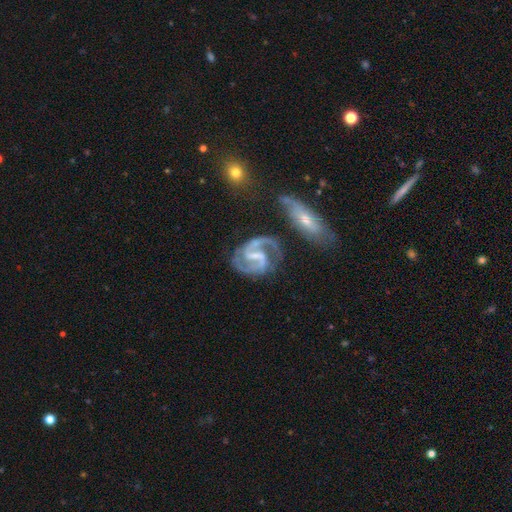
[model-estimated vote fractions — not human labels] Smooth or featured? Predicted: featured or disk (p=0.92). Edge-on disk? Predicted: no (p=0.98). Bar? Predicted: weak (p=0.44). Spiral arms? Predicted: yes (p=0.97). Spiral winding? Predicted: medium (p=0.61). Spiral arm count? Predicted: 2 (p=0.91). Bulge size? Predicted: small (p=0.50). Merging? Predicted: none (p=0.63).